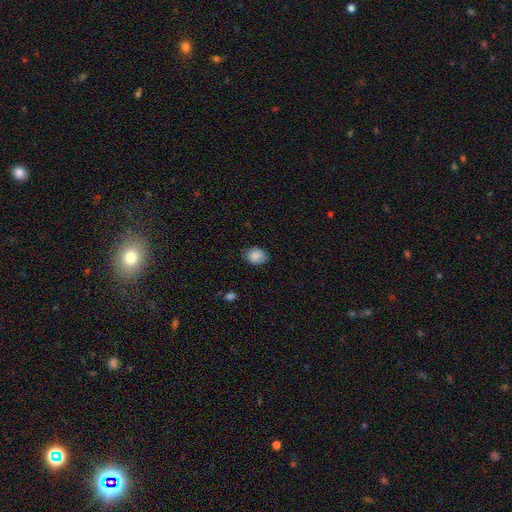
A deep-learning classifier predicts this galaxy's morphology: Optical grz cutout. It shows a smooth galaxy with no disk features (86%) that is round (51%). Merging: none (73%).